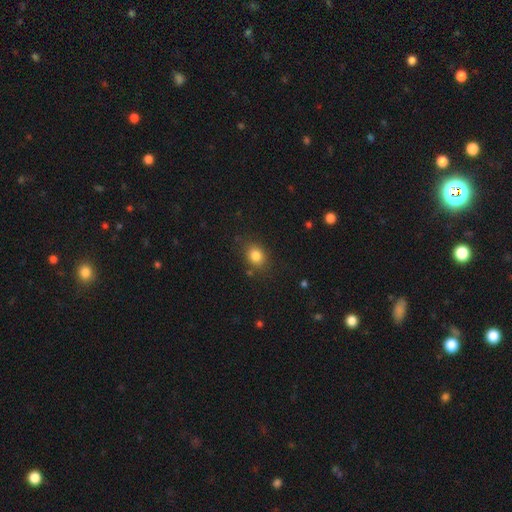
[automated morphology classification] Q: Smooth or featured?
A: smooth (83%); runner-up: star or artifact (11%)
Q: How rounded?
A: in between (51%); runner-up: round (48%)
Q: Merging?
A: none (82%); runner-up: minor disturbance (12%)